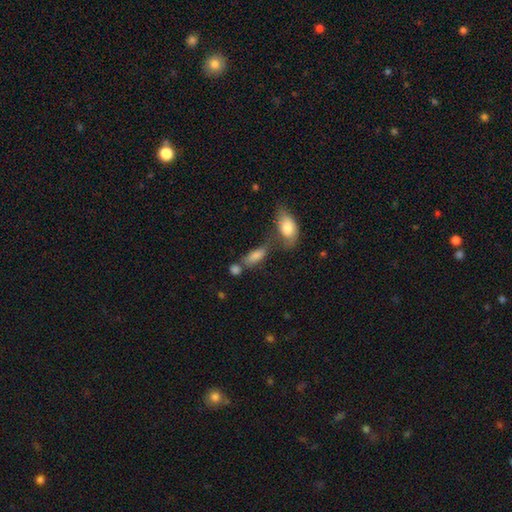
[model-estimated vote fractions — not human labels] smooth-or-featured: smooth: 74% | featured or disk: 16% | star or artifact: 11%
  how-rounded: in between: 73% | cigar-shaped: 23% | round: 4%
  merging: none: 45% | merger: 32% | minor disturbance: 16% | major disturbance: 7%